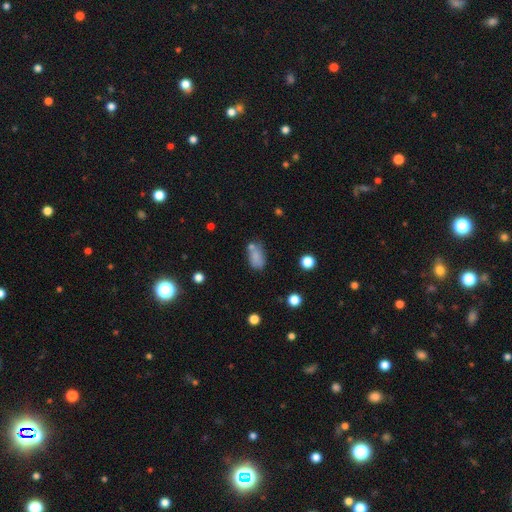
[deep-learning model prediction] smooth 77%, featured or disk 12%, star or artifact 11%. Down the decision tree: how rounded — in between (88%); merging — none (48%).